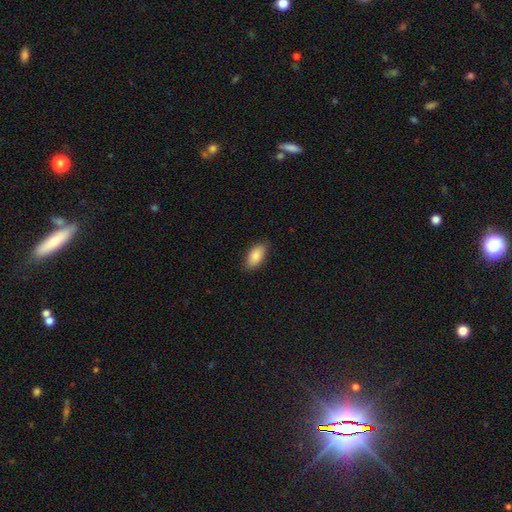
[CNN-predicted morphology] smooth 87%, star or artifact 6%, featured or disk 6%. Down the decision tree: how rounded — in between (93%); merging — none (85%).